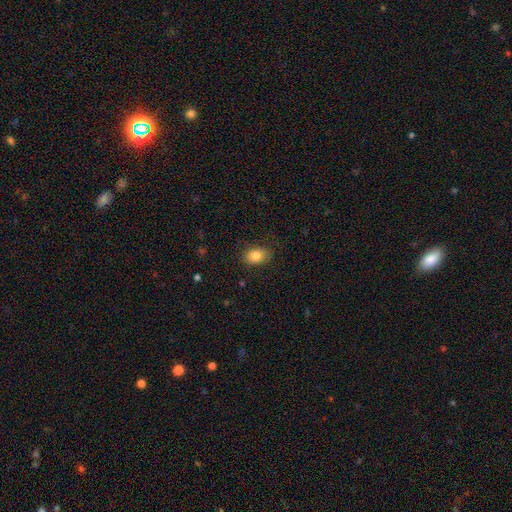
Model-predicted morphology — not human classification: This appears to be a smooth galaxy with no disk features (85%) that is in between round and cigar-shaped (80%). Merging: none (83%).